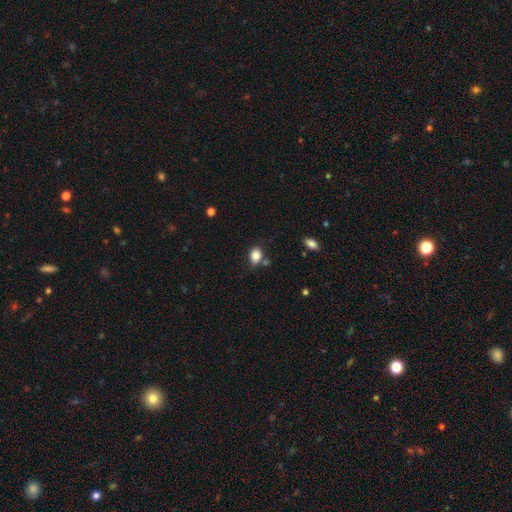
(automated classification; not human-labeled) Smooth or featured? smooth (84%)
How rounded? in between (67%)
Merging? none (70%)